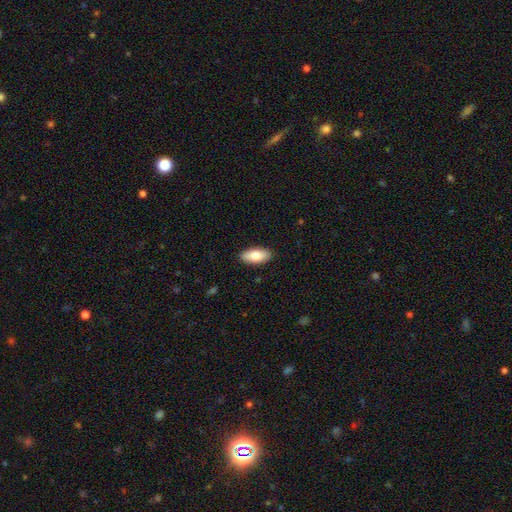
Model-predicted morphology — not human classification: Smooth or featured? smooth (80%)
How rounded? in between (87%)
Merging? none (90%)